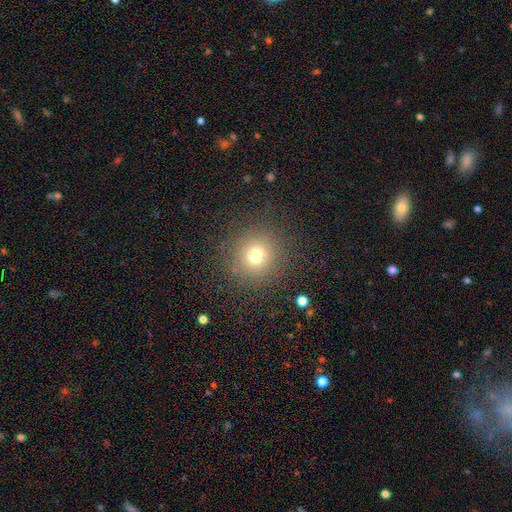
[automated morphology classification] A smooth galaxy with no disk features (71%) that is round (94%).

Vote fractions:
- Smooth or featured? smooth: 71% / star or artifact: 19% / featured or disk: 10%
- How rounded? round: 94% / in between: 5% / cigar-shaped: 1%
- Merging? none: 86% / minor disturbance: 8% / major disturbance: 5% / merger: 2%